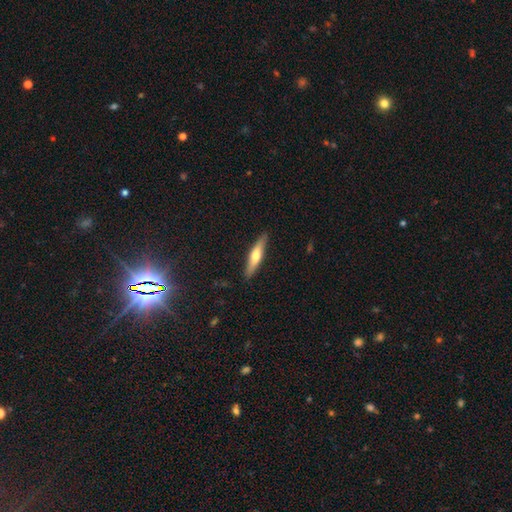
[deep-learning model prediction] smooth_or_featured: smooth (p=0.50) [alt: featured or disk p=0.44]
how_rounded: cigar-shaped (p=0.84) [alt: in between p=0.15]
merging: none (p=0.88) [alt: minor disturbance p=0.09]